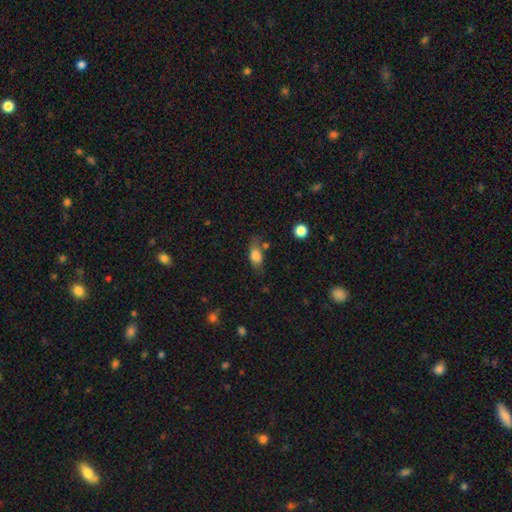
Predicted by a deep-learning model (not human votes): A smooth galaxy with no disk features (78%) that is in between round and cigar-shaped (79%).

Vote fractions:
- Smooth or featured? smooth: 78% / featured or disk: 13% / star or artifact: 9%
- How rounded? in between: 79% / round: 14% / cigar-shaped: 7%
- Merging? none: 56% / minor disturbance: 26% / major disturbance: 10% / merger: 8%